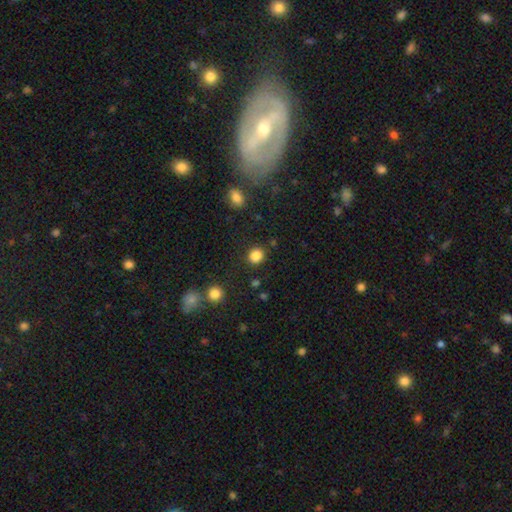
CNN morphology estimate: The model was most divided on "how rounded": round: 80%, in between: 19%, cigar-shaped: 1%. More confident: merging — none (87%); smooth or featured — smooth (86%).